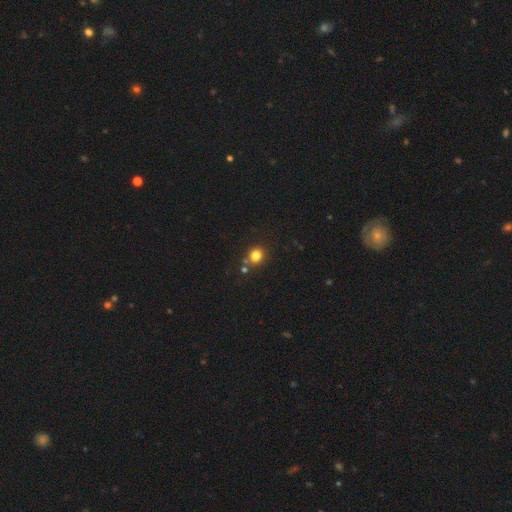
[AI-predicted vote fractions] Morphology: type=smooth (81%); roundness=round (81%); merging=none (76%).